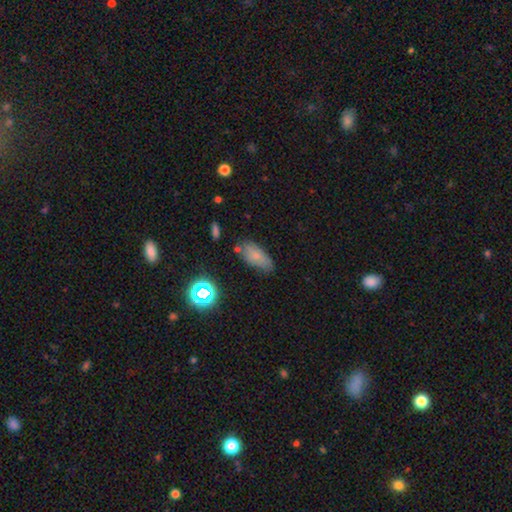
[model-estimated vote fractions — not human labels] Morphology: type=smooth (72%); roundness=in between (86%); merging=none (61%).